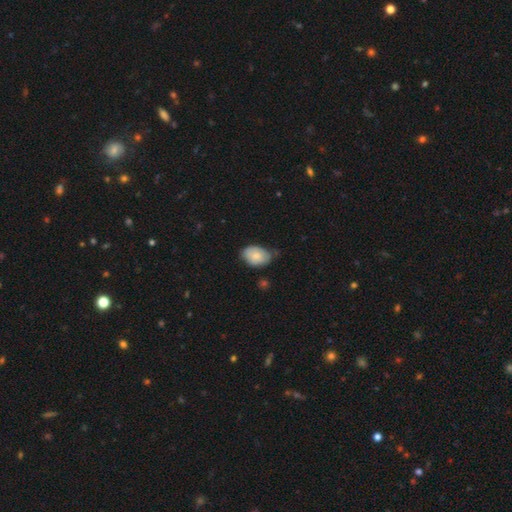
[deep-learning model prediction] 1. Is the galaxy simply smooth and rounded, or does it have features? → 78% smooth, 15% featured or disk, 6% star or artifact.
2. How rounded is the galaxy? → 87% in between, 12% round, 1% cigar-shaped.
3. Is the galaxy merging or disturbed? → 57% none, 34% minor disturbance, 6% major disturbance, 3% merger.